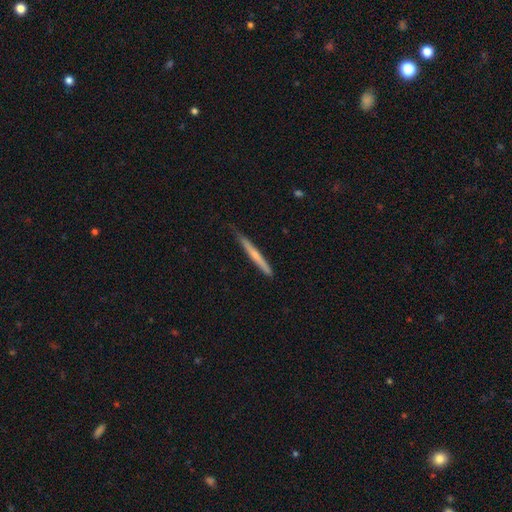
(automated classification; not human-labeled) Overall: smooth (50%; featured or disk 44%). How rounded: cigar-shaped (97%). Merging: none (78%).